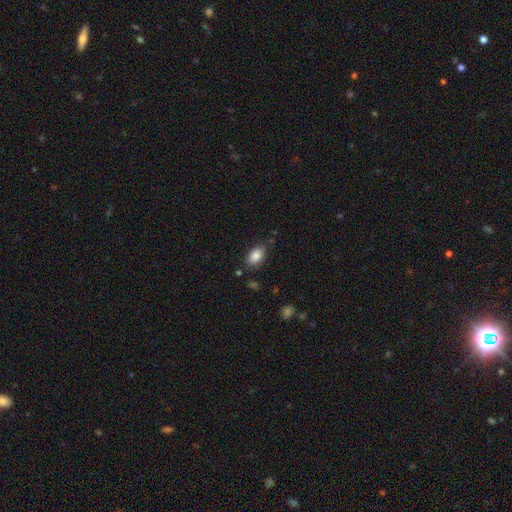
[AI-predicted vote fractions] smooth_or_featured: smooth (p=0.86) [alt: star or artifact p=0.08]
how_rounded: in between (p=0.90) [alt: round p=0.08]
merging: none (p=0.78) [alt: minor disturbance p=0.15]